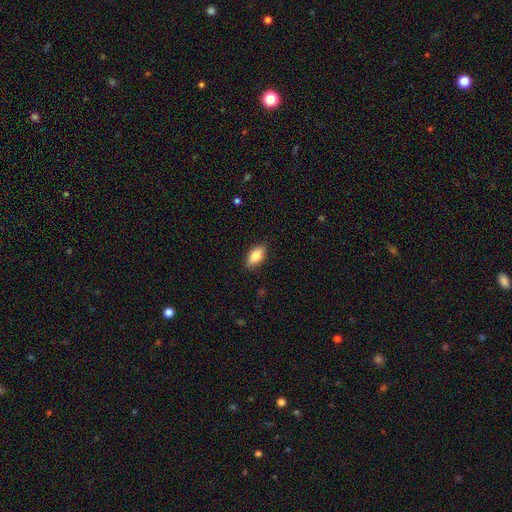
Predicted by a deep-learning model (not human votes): Smooth or featured? Predicted: smooth (p=0.82). How rounded? Predicted: in between (p=0.88). Merging? Predicted: none (p=0.87).